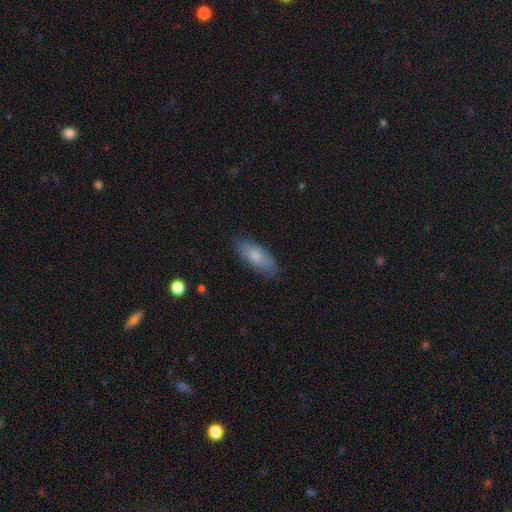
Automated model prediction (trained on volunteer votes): Overall: smooth (76%). How rounded: in between (75%). Merging: none (81%).